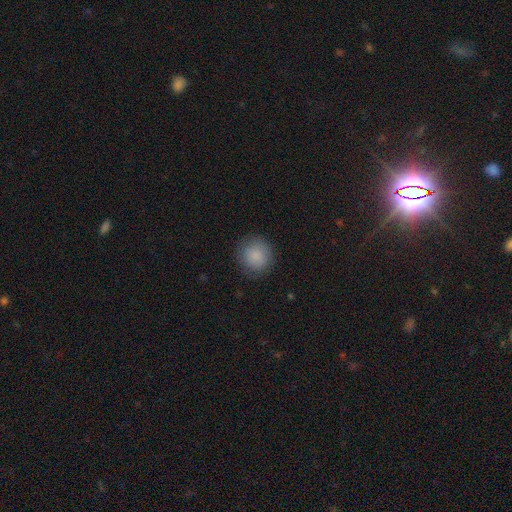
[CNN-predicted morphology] This appears to be a smooth galaxy with no disk features (87%) that is round (92%). Merging: none (85%).